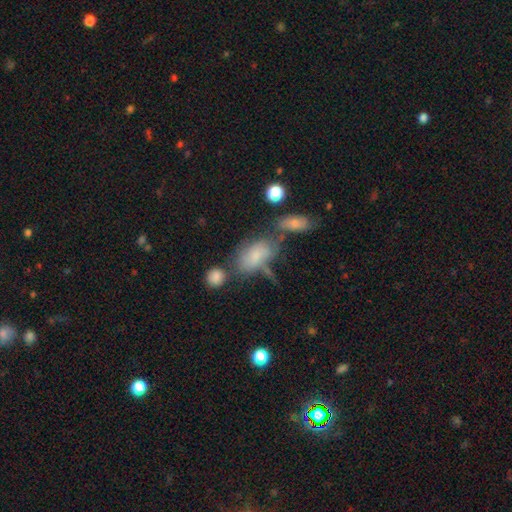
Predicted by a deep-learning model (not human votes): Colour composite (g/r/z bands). It shows a smooth galaxy with no disk features (67%) that is in between round and cigar-shaped (89%). Merging: none (36%).